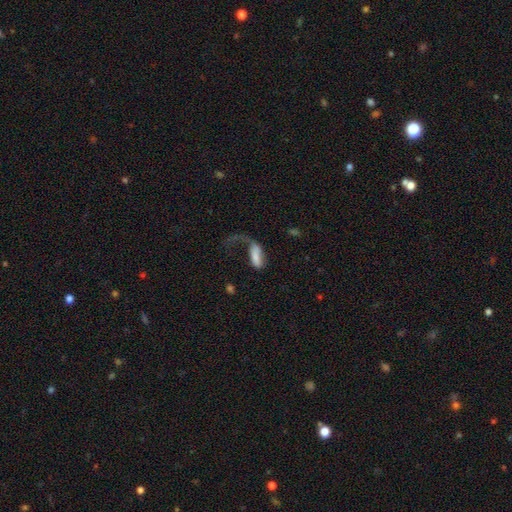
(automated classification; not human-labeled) This appears to be a smooth galaxy with no disk features (62%) that is in between round and cigar-shaped (72%). Merging: major disturbance (64%).